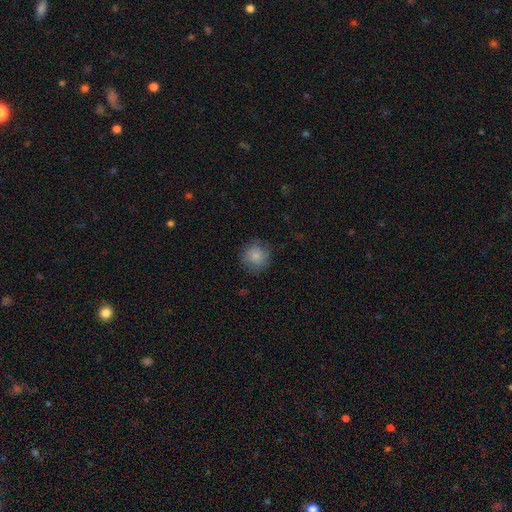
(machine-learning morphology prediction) smooth_or_featured: smooth (p=0.83) [alt: featured or disk p=0.09]
how_rounded: round (p=0.91) [alt: in between p=0.08]
merging: none (p=0.77) [alt: minor disturbance p=0.16]